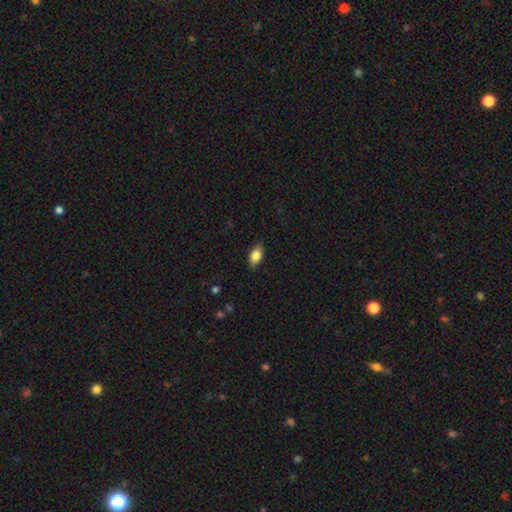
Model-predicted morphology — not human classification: smooth_or_featured: smooth (p=0.82) [alt: featured or disk p=0.11]
how_rounded: in between (p=0.89) [alt: round p=0.06]
merging: none (p=0.84) [alt: minor disturbance p=0.12]